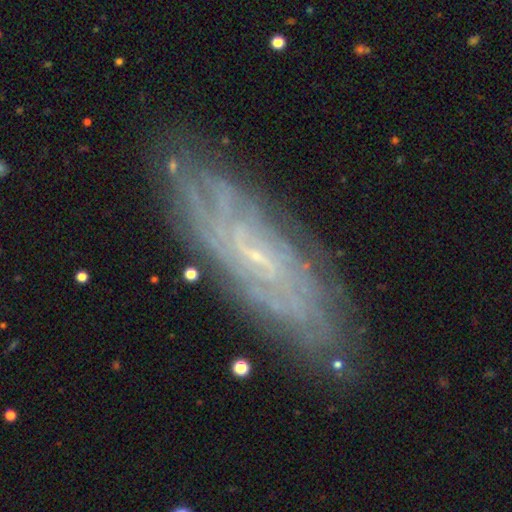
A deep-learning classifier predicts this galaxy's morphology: This appears to be a featured or disk galaxy (78%) with no bar (56%), tight (71%) spiral arms (89%) and a small central bulge (81%). Merging: none (83%).